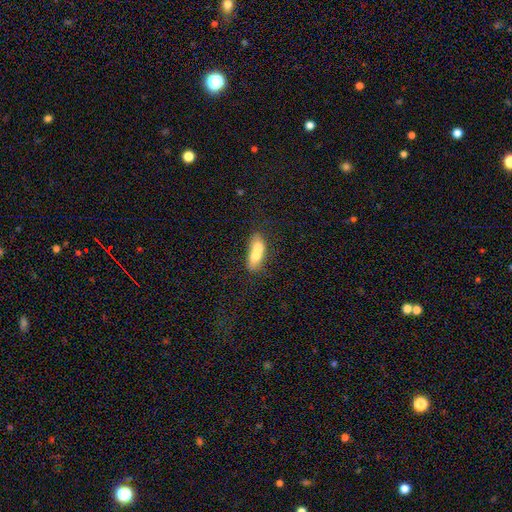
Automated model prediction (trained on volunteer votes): Smooth or featured? smooth (63%)
How rounded? in between (71%)
Merging? merger (71%)